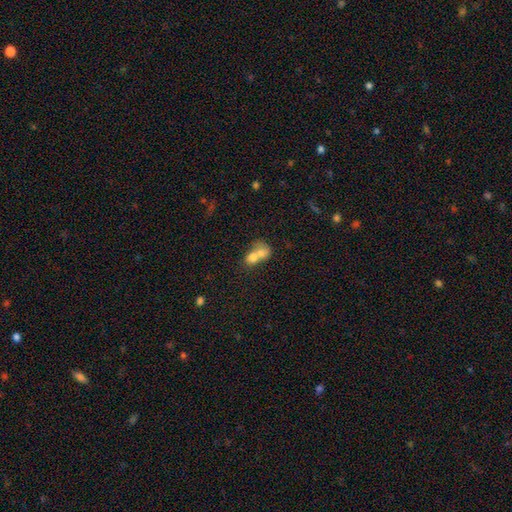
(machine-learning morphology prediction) Overall: smooth (71%). How rounded: round (51%; in between 48%). Merging: merger (77%).